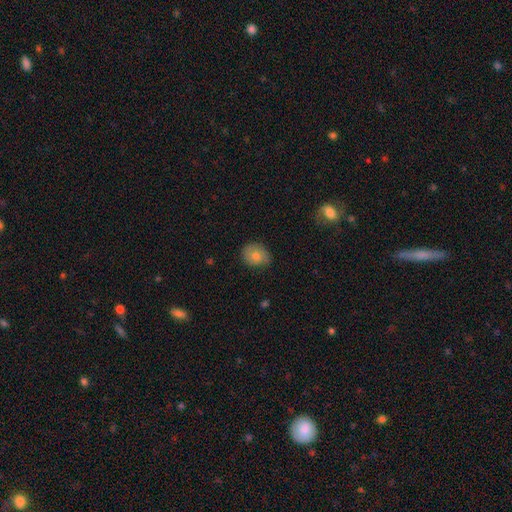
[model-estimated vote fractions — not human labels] The model was most divided on "how rounded": round: 57%, in between: 42%, cigar-shaped: 1%. More confident: smooth or featured — smooth (76%); merging — none (71%).